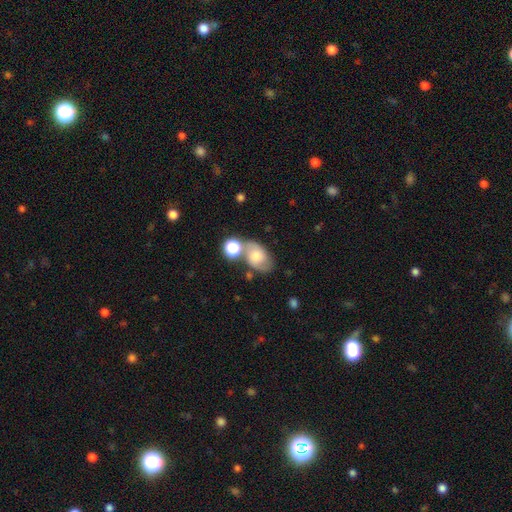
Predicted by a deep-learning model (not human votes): Smooth or featured? smooth (47%)
Merging? none (52%)